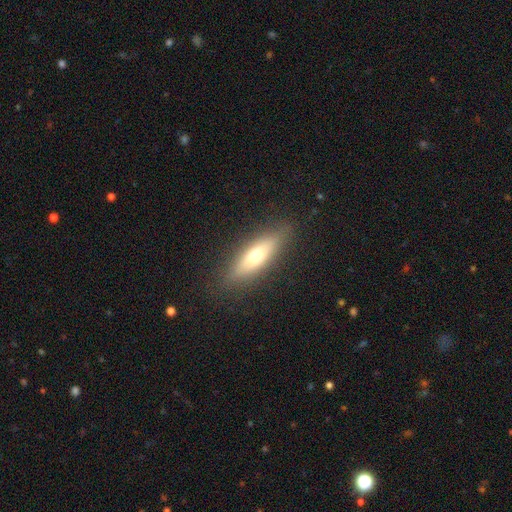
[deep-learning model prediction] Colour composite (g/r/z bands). It shows a smooth galaxy with no disk features (61%) that is cigar-shaped (58%). Merging: none (86%).